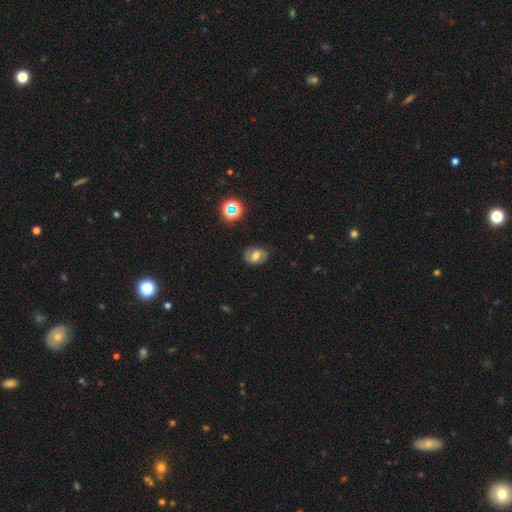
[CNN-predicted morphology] A featured or disk galaxy (51%).

Vote fractions:
- Smooth or featured? featured or disk: 51% / smooth: 36% / star or artifact: 13%
- Edge-on disk? no: 96% / yes: 4%
- Merging? none: 81% / minor disturbance: 14% / major disturbance: 4% / merger: 1%